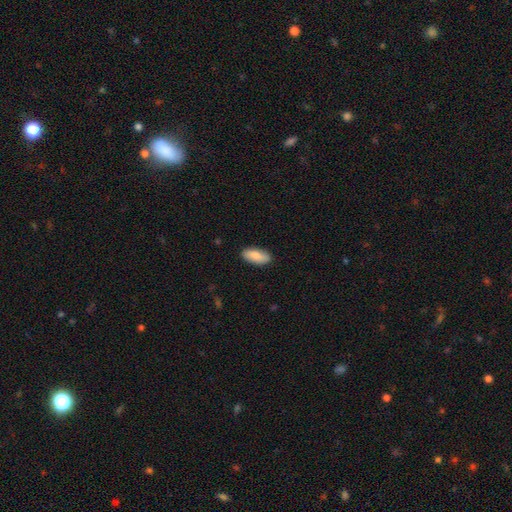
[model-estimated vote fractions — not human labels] This appears to be a smooth galaxy with no disk features (83%) that is in between round and cigar-shaped (88%). Merging: none (88%).